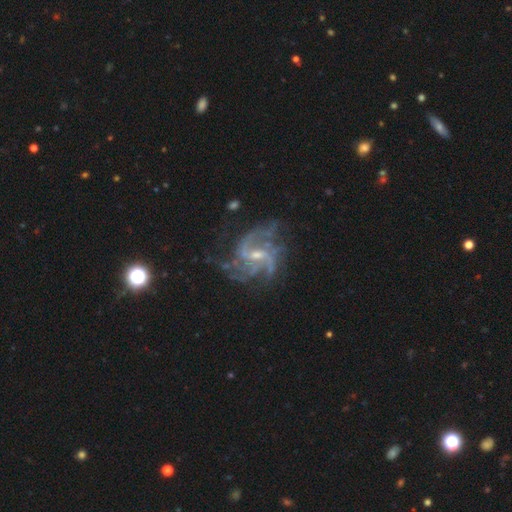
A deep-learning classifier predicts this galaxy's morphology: This appears to be a featured or disk galaxy (90%) with a weak bar (56%), 2 (27%) medium (49%) spiral arms (97%) and a small central bulge (56%). Merging: none (63%).